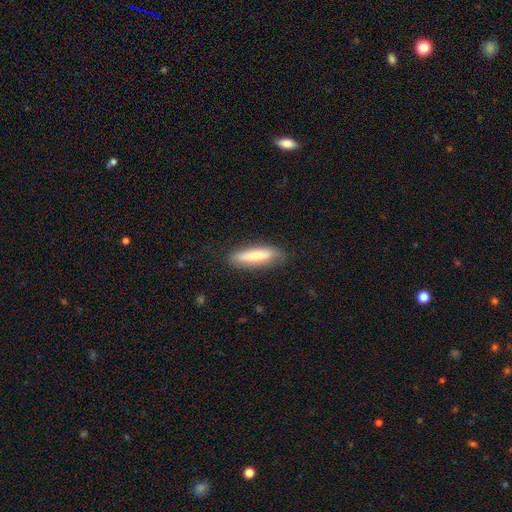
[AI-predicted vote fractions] Q: Smooth or featured?
A: smooth (71%); runner-up: featured or disk (23%)
Q: How rounded?
A: cigar-shaped (76%); runner-up: in between (23%)
Q: Merging?
A: none (81%); runner-up: minor disturbance (14%)